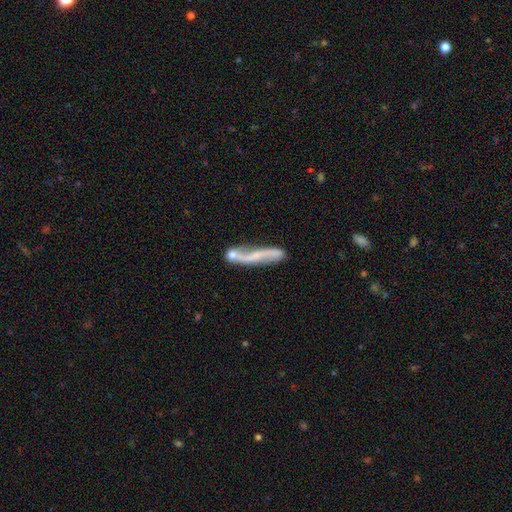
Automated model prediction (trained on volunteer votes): smooth_or_featured: featured or disk (p=0.64) [alt: smooth p=0.28]
disk_edge_on: no (p=0.62) [alt: yes p=0.38]
merging: none (p=0.41) [alt: merger p=0.27]